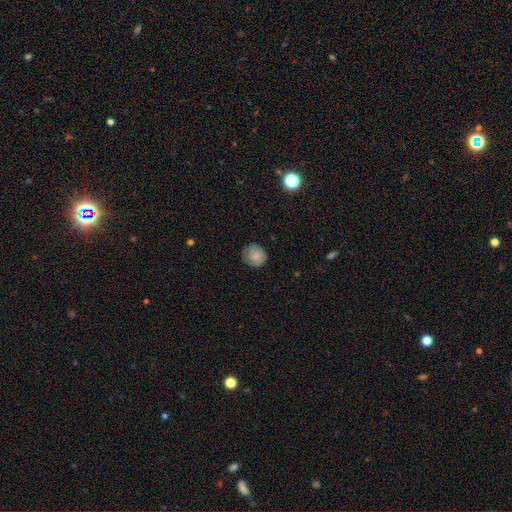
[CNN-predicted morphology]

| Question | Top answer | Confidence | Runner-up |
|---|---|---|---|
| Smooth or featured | smooth | 78% | featured or disk (14%) |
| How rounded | round | 88% | in between (11%) |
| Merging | none | 72% | minor disturbance (22%) |